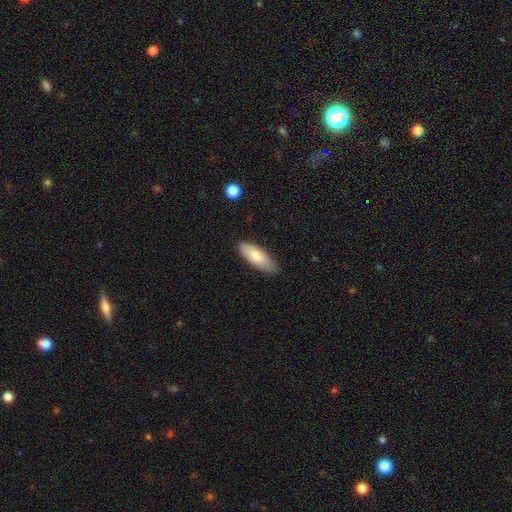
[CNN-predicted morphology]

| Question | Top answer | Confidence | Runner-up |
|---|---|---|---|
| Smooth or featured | smooth | 77% | featured or disk (17%) |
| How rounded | in between | 73% | cigar-shaped (25%) |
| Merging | none | 81% | minor disturbance (16%) |